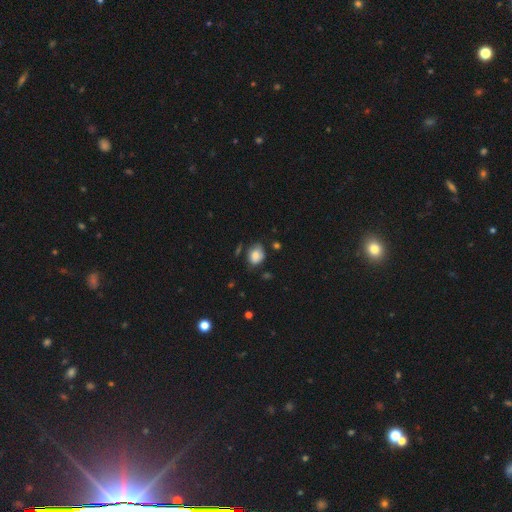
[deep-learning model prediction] This is likely a smooth galaxy (78%). How rounded: likely in between (63%). Merging: likely none (61%).